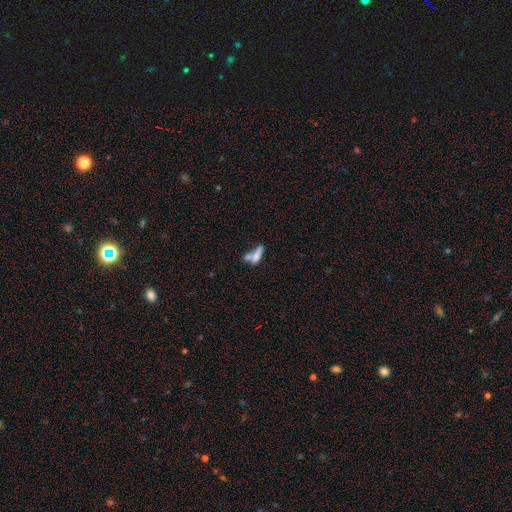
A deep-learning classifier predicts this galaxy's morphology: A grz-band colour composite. It shows a smooth galaxy with no disk features (62%) that is in between round and cigar-shaped (50%). Merging: merger (48%).